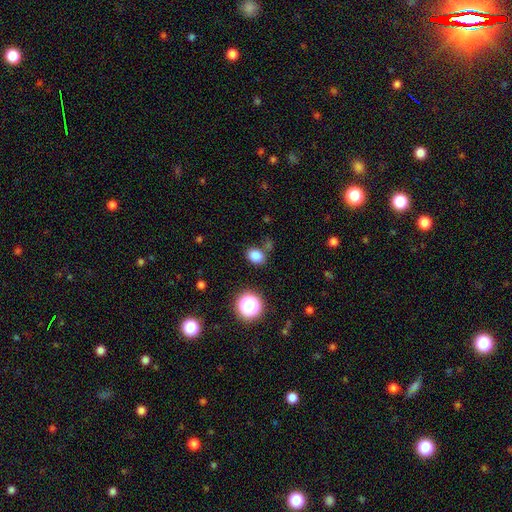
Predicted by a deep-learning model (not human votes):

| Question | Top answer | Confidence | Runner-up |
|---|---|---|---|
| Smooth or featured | smooth | 82% | star or artifact (13%) |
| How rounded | in between | 56% | round (43%) |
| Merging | none | 78% | minor disturbance (12%) |